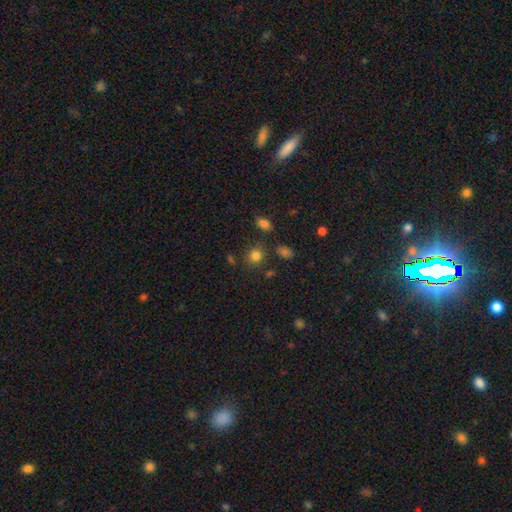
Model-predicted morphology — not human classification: smooth 81%, star or artifact 13%, featured or disk 6%. Down the decision tree: how rounded — round (74%); merging — none (78%).